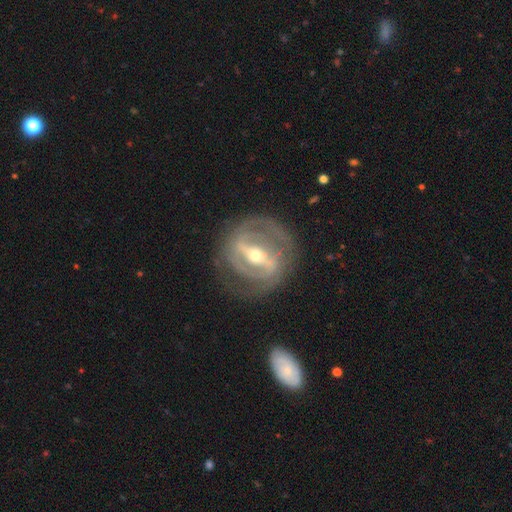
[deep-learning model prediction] Overall: featured or disk (86%). Edge-on disk: no (92%). Bar: strong (70%). Spiral arms: yes (83%). Spiral arm count: 2 (61%). Spiral winding: tight (54%; medium 35%). Bulge size: moderate (59%; small 35%). Merging: none (77%).